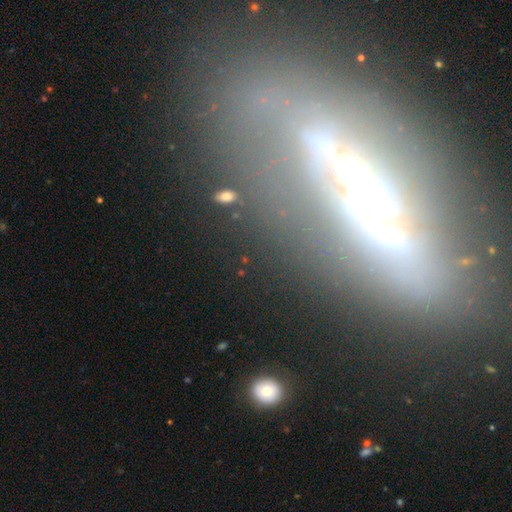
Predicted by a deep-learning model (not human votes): Smooth or featured: featured or disk — 73% (smooth — 14%)
Edge-on disk: yes — 59% (no — 41%)
Merging: none — 65% (minor disturbance — 16%)